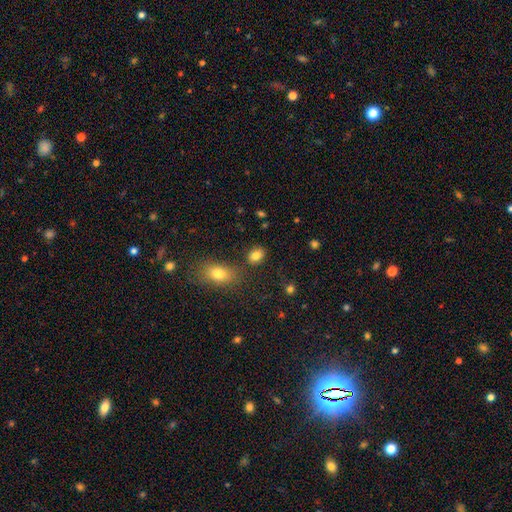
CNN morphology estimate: A smooth galaxy with no disk features (83%) that is in between round and cigar-shaped (62%).

Vote fractions:
- Smooth or featured? smooth: 83% / star or artifact: 10% / featured or disk: 7%
- How rounded? in between: 62% / round: 37% / cigar-shaped: 1%
- Merging? none: 78% / minor disturbance: 11% / merger: 7% / major disturbance: 3%